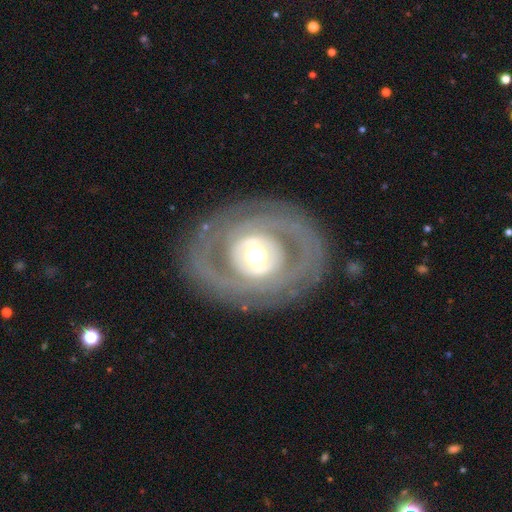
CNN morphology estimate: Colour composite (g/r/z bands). It shows a featured or disk galaxy (79%) with no bar (49%), spiral arms (58%) and a moderate central bulge (64%). Merging: none (80%).